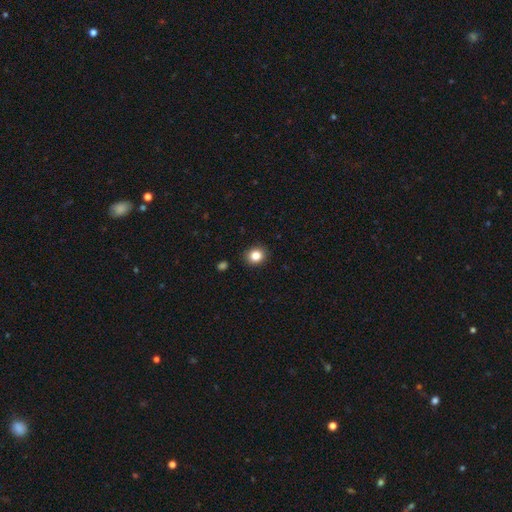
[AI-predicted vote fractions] smooth 84%, star or artifact 11%, featured or disk 5%. Down the decision tree: how rounded — round (74%); merging — none (90%).